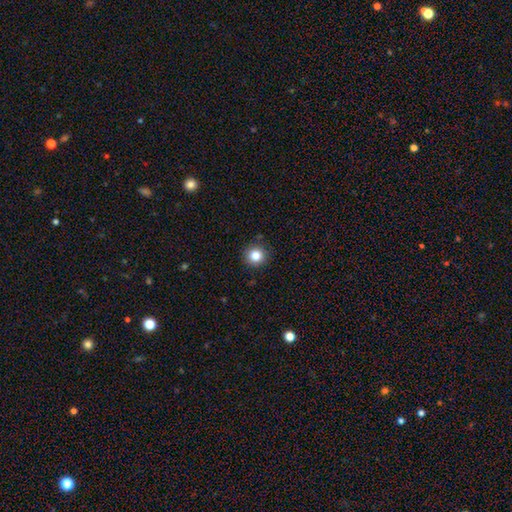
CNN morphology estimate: The model was most divided on "smooth or featured": smooth: 82%, star or artifact: 12%, featured or disk: 6%. More confident: how rounded — round (94%); merging — none (91%).